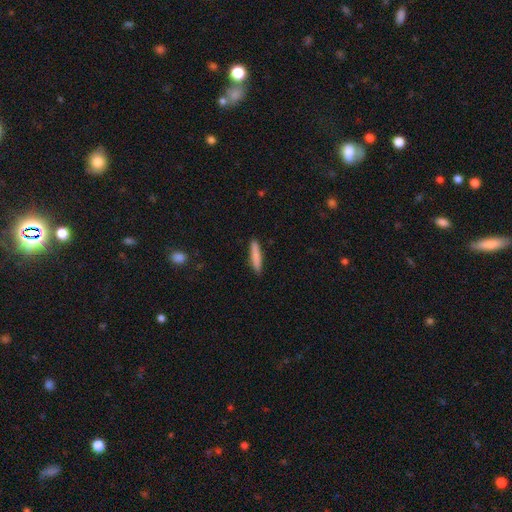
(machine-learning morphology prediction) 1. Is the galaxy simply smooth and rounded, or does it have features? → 84% smooth, 10% featured or disk, 6% star or artifact.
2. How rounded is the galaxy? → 90% cigar-shaped, 9% in between, 1% round.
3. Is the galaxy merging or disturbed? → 90% none, 7% minor disturbance, 2% major disturbance, 1% merger.